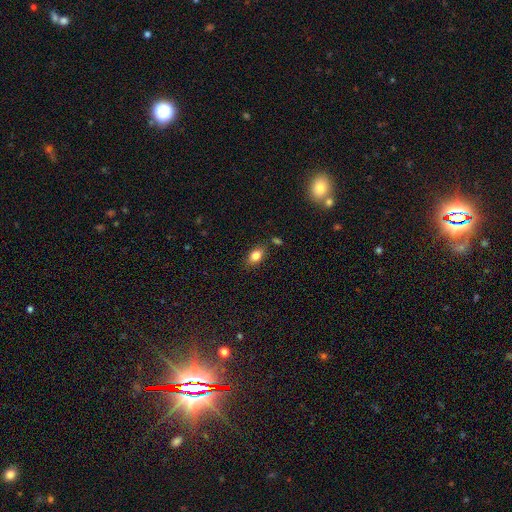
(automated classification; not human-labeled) The model was most divided on "merging": none: 78%, minor disturbance: 14%, merger: 5%, major disturbance: 3%. More confident: how rounded — in between (83%); smooth or featured — smooth (83%).